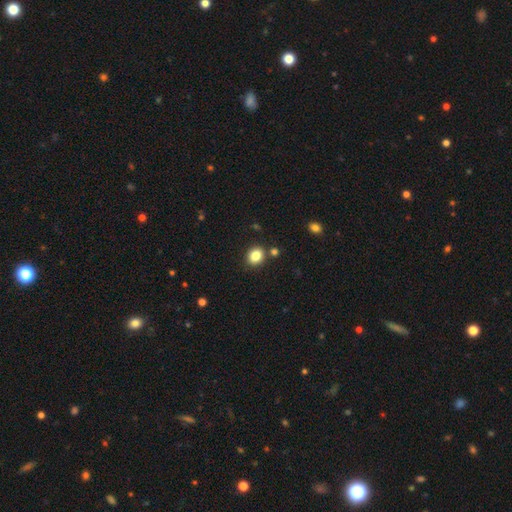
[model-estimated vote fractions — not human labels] Morphology: type=smooth (84%); roundness=round (61%); merging=none (83%).